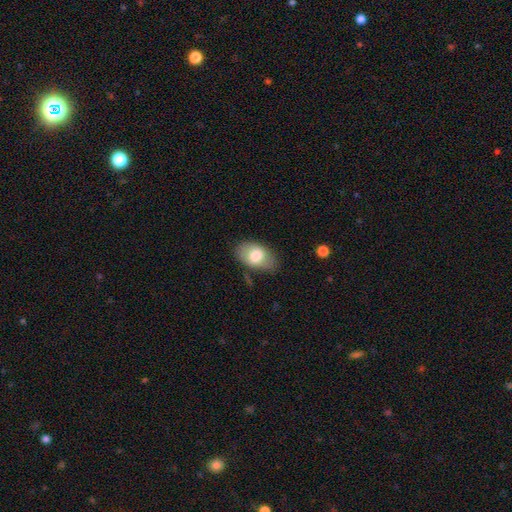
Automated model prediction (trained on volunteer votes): smooth-or-featured: smooth: 75% | featured or disk: 19% | star or artifact: 6%
  how-rounded: in between: 91% | round: 7% | cigar-shaped: 1%
  merging: none: 74% | minor disturbance: 18% | major disturbance: 5% | merger: 2%